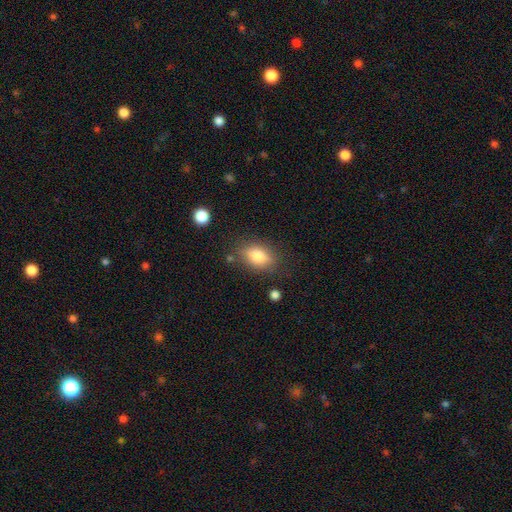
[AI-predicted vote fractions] Q: Smooth or featured?
A: smooth (80%); runner-up: featured or disk (12%)
Q: How rounded?
A: in between (84%); runner-up: round (11%)
Q: Merging?
A: none (79%); runner-up: minor disturbance (14%)